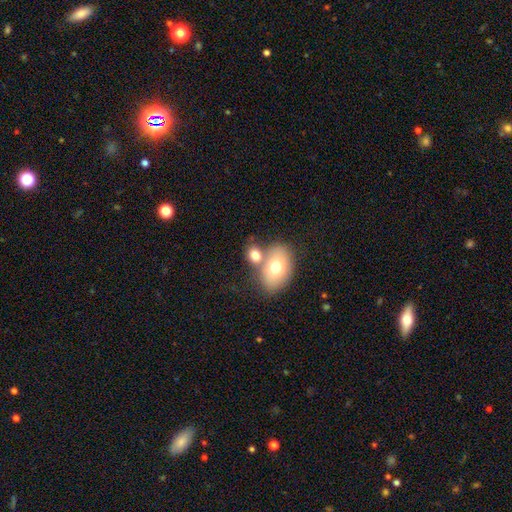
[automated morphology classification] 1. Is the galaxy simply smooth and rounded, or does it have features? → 73% smooth, 19% featured or disk, 9% star or artifact.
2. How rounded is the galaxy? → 68% in between, 30% round, 1% cigar-shaped.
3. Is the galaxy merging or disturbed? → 44% none, 40% merger, 11% minor disturbance, 5% major disturbance.